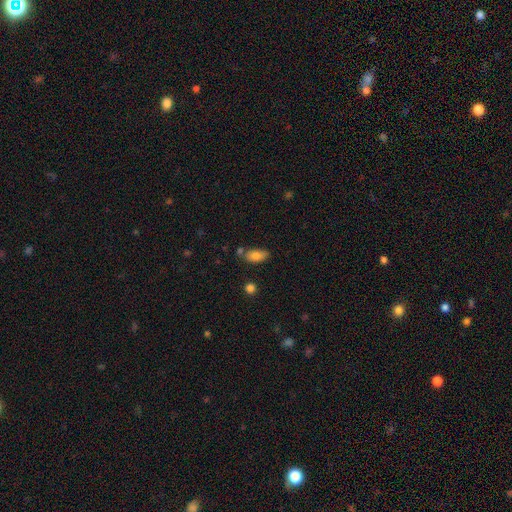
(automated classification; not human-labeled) smooth-or-featured: smooth: 82% | featured or disk: 11% | star or artifact: 8%
  how-rounded: in between: 89% | cigar-shaped: 7% | round: 4%
  merging: none: 67% | minor disturbance: 19% | merger: 10% | major disturbance: 4%